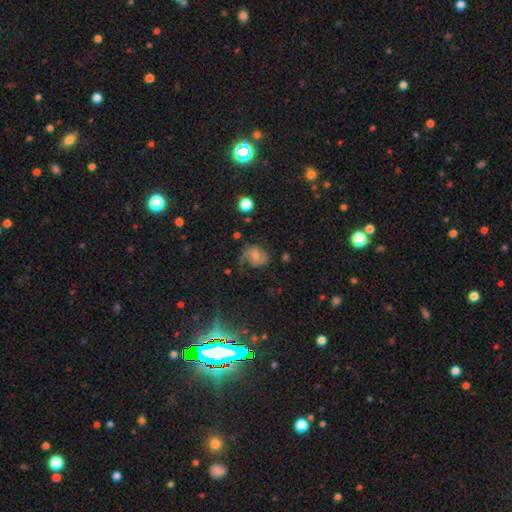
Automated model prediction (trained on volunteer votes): Overall: featured or disk (54%; smooth 34%). Edge-on disk: no (97%). Bar: no (46%; weak 43%). Spiral arms: yes (85%). Bulge size: moderate (44%; small 41%). Merging: none (49%; minor disturbance 25%).